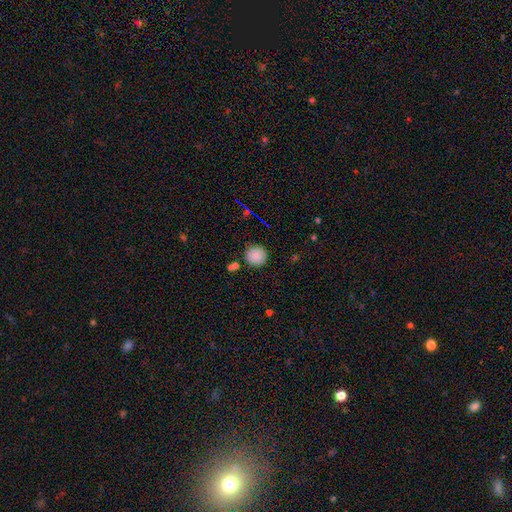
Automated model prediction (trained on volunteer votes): Smooth or featured: smooth — 86% (star or artifact — 10%)
How rounded: round — 94% (in between — 5%)
Merging: none — 84% (minor disturbance — 8%)